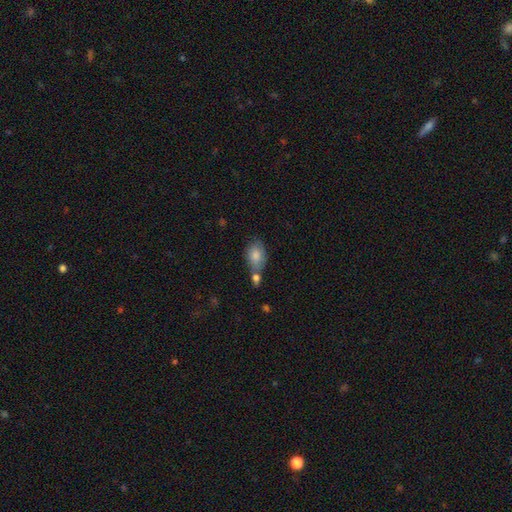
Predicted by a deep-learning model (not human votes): This is clearly a smooth galaxy (82%). How rounded: clearly in between (85%). Merging: possibly none (48%).